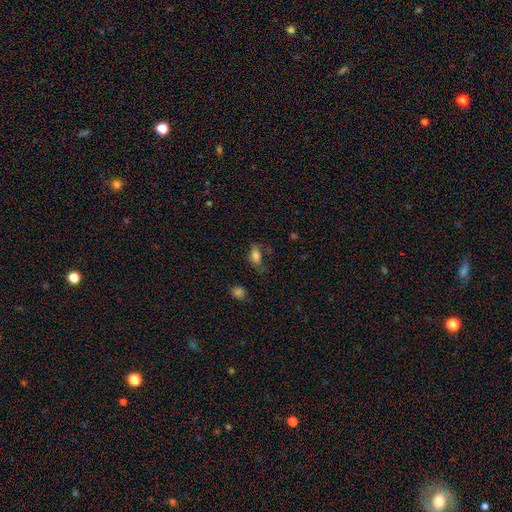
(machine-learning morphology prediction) smooth_or_featured: smooth (p=0.79) [alt: star or artifact p=0.11]
how_rounded: in between (p=0.84) [alt: cigar-shaped p=0.09]
merging: none (p=0.56) [alt: minor disturbance p=0.27]